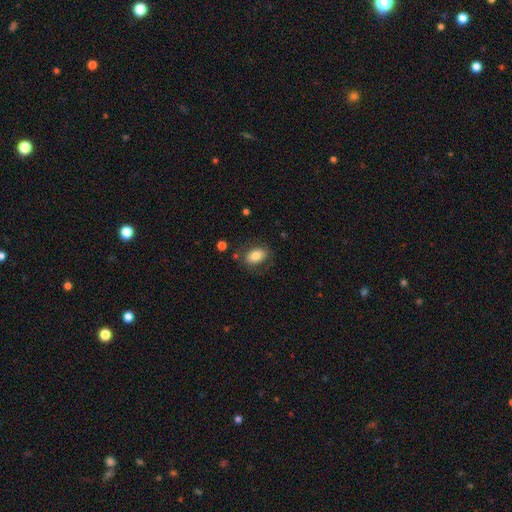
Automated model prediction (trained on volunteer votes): A smooth galaxy with no disk features (78%) that is in between round and cigar-shaped (83%). Merging: none (75%).